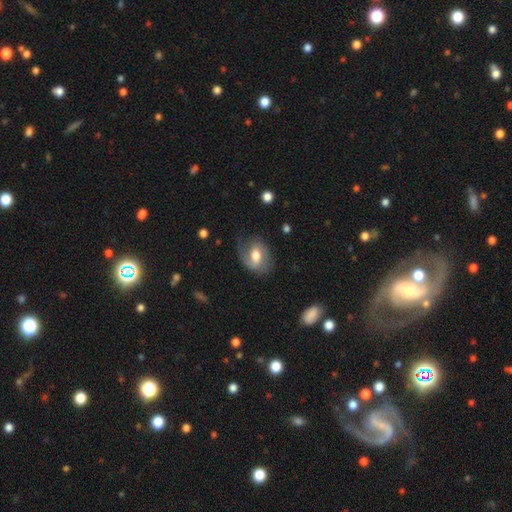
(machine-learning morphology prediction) A smooth galaxy with no disk features (47%).

Vote fractions:
- Smooth or featured? smooth: 47% / featured or disk: 46% / star or artifact: 7%
- Merging? none: 61% / minor disturbance: 25% / major disturbance: 13% / merger: 2%